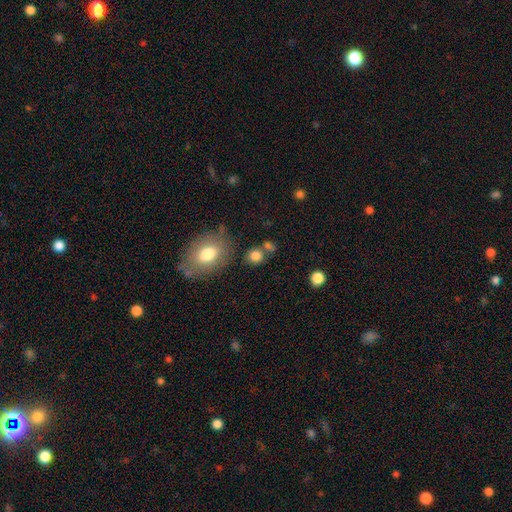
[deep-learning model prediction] Smooth or featured?
  - smooth: 81% *
  - star or artifact: 12%
  - featured or disk: 7%
How rounded?
  - round: 76% *
  - in between: 22%
  - cigar-shaped: 1%
Merging?
  - none: 66% *
  - merger: 19%
  - minor disturbance: 11%
  - major disturbance: 5%